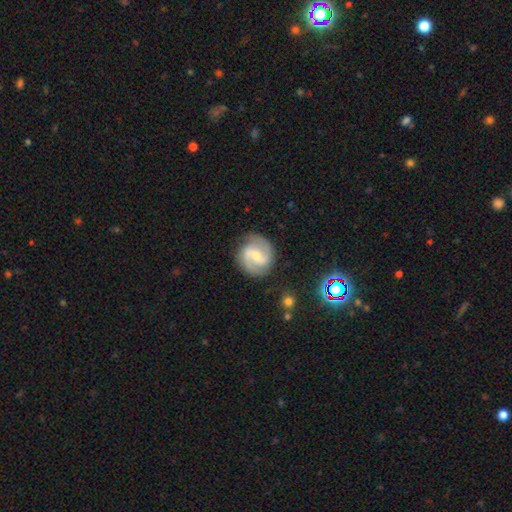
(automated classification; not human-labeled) This appears to be a featured or disk galaxy (83%) with a weak bar (52%), 2 (91%) medium (54%) spiral arms (96%) and a small central bulge (53%). Merging: none (81%).